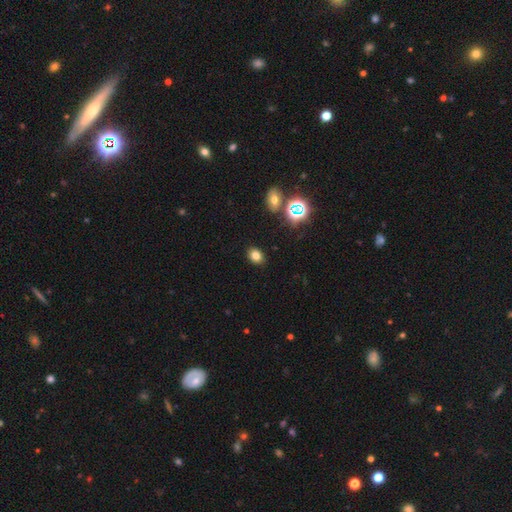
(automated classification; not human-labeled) Smooth or featured? Predicted: smooth (p=0.77). How rounded? Predicted: in between (p=0.60). Merging? Predicted: none (p=0.87).